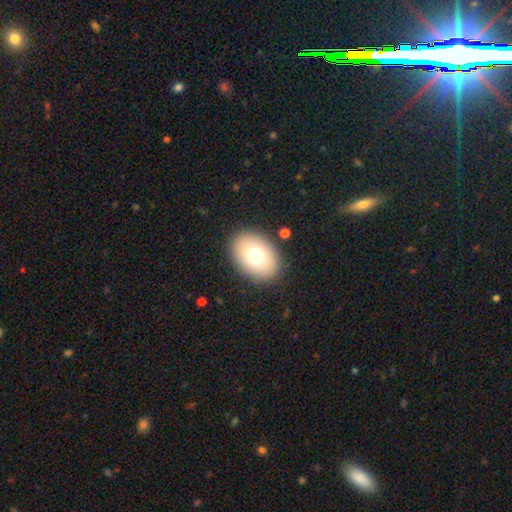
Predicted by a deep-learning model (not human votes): Smooth or featured?
  - smooth: 74% *
  - featured or disk: 16%
  - star or artifact: 11%
How rounded?
  - in between: 73% *
  - round: 26%
  - cigar-shaped: 1%
Merging?
  - none: 87% *
  - minor disturbance: 8%
  - major disturbance: 3%
  - merger: 2%